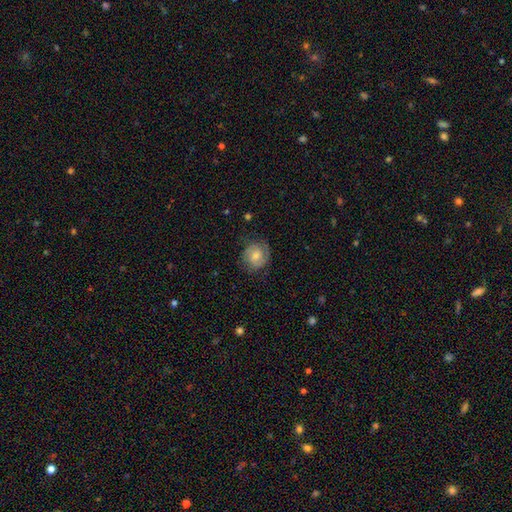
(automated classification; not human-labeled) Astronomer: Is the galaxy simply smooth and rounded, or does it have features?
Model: featured or disk — 48% (runner-up: smooth, 44%).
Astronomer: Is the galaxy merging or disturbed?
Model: none — 74%.